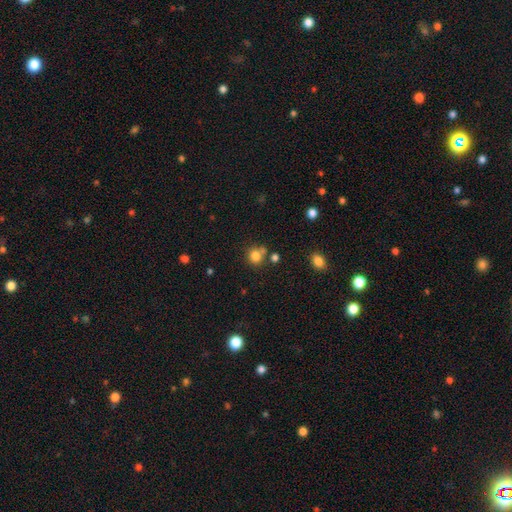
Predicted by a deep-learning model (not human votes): Overall: smooth (81%). How rounded: round (85%). Merging: none (64%).